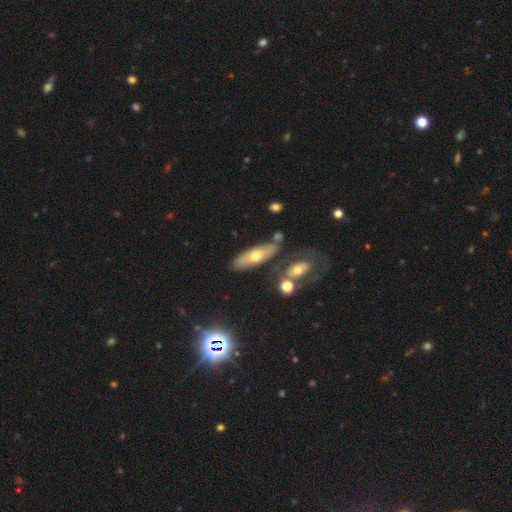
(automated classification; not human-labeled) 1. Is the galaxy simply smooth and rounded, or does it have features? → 50% smooth, 42% featured or disk, 8% star or artifact.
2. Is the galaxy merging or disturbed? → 72% none, 14% minor disturbance, 9% merger, 5% major disturbance.